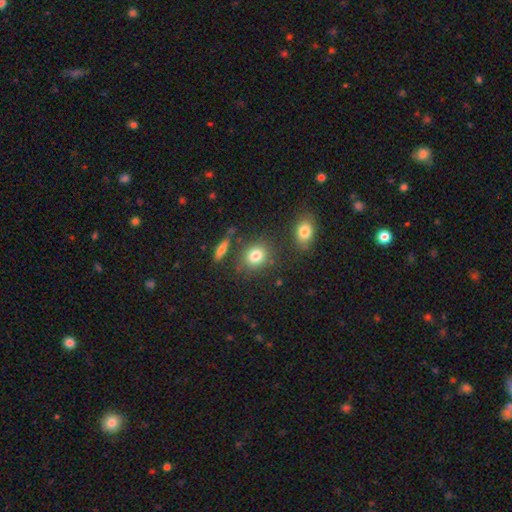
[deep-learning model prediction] Smooth or featured?
  - smooth: 81% *
  - star or artifact: 11%
  - featured or disk: 8%
How rounded?
  - round: 67% *
  - in between: 32%
  - cigar-shaped: 2%
Merging?
  - none: 77% *
  - minor disturbance: 12%
  - merger: 8%
  - major disturbance: 4%